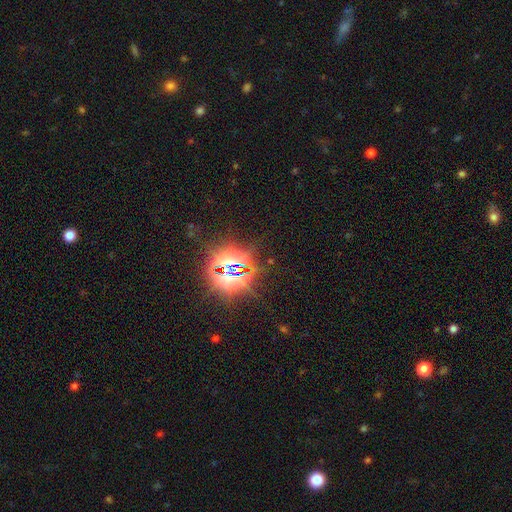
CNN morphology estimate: Q: Smooth or featured?
A: star or artifact (86%); runner-up: smooth (9%)